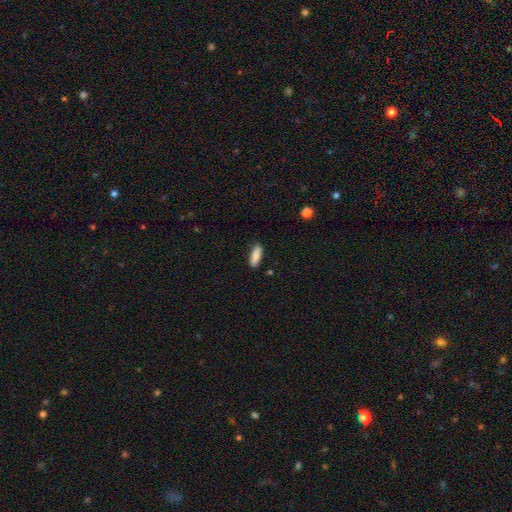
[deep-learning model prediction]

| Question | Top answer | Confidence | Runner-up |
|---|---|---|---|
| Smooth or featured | smooth | 84% | featured or disk (10%) |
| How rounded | in between | 58% | cigar-shaped (40%) |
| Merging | none | 84% | minor disturbance (12%) |